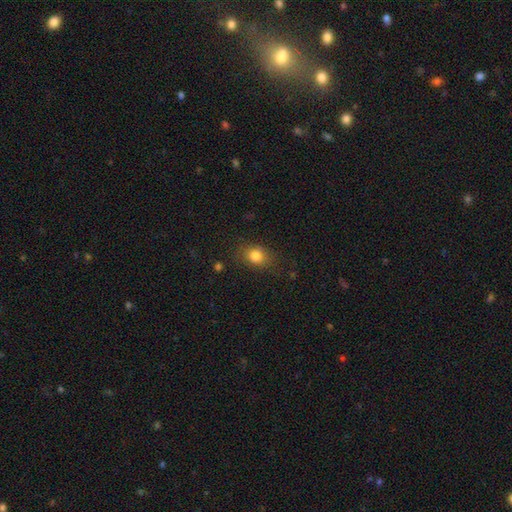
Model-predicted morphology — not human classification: smooth_or_featured: smooth (p=0.82) [alt: star or artifact p=0.11]
how_rounded: in between (p=0.53) [alt: round p=0.45]
merging: none (p=0.76) [alt: minor disturbance p=0.16]